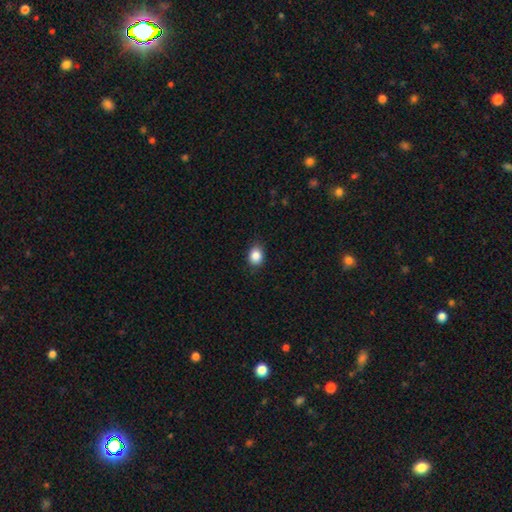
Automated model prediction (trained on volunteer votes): smooth-or-featured: smooth: 86% | star or artifact: 9% | featured or disk: 5%
  how-rounded: in between: 51% | round: 48% | cigar-shaped: 1%
  merging: none: 86% | minor disturbance: 11% | major disturbance: 2% | merger: 1%